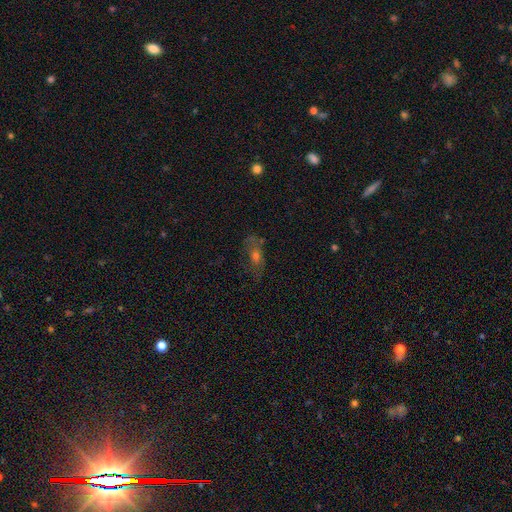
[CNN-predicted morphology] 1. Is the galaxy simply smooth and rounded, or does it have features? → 41% smooth, 38% featured or disk, 21% star or artifact.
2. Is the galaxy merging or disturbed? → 62% none, 22% minor disturbance, 13% major disturbance, 4% merger.